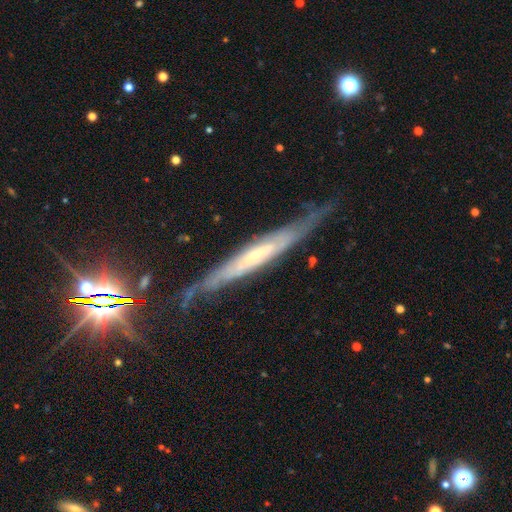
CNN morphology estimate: A featured or disk galaxy (77%) viewed edge-on (67%) with no central bulge (49%). Merging: none (67%).